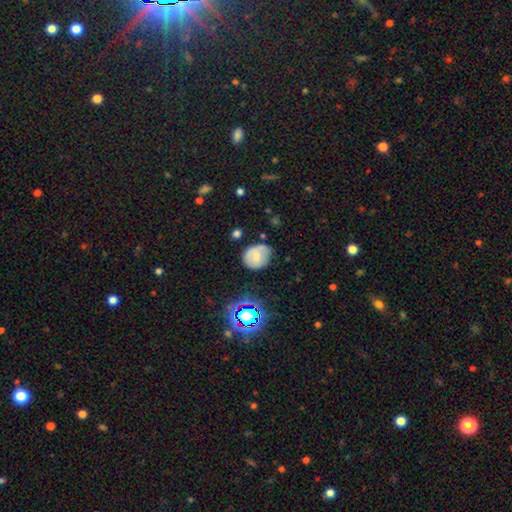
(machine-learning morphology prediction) A smooth galaxy with no disk features (63%) that is round (66%).

Vote fractions:
- Smooth or featured? smooth: 63% / featured or disk: 26% / star or artifact: 11%
- How rounded? round: 66% / in between: 33% / cigar-shaped: 1%
- Merging? none: 62% / minor disturbance: 28% / major disturbance: 7% / merger: 3%